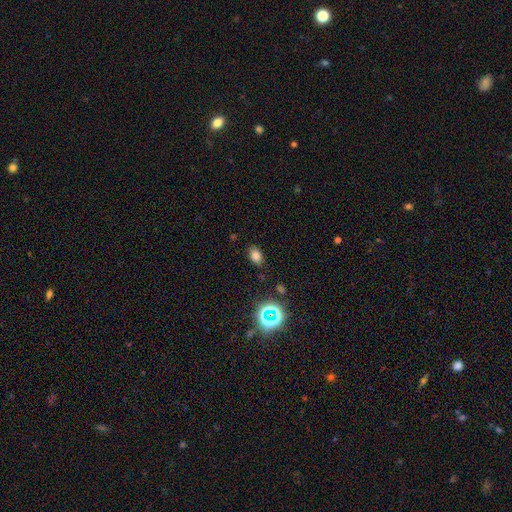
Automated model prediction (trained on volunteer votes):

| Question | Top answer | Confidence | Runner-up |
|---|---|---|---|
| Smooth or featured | smooth | 74% | star or artifact (18%) |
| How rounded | in between | 84% | round (15%) |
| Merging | none | 85% | minor disturbance (10%) |